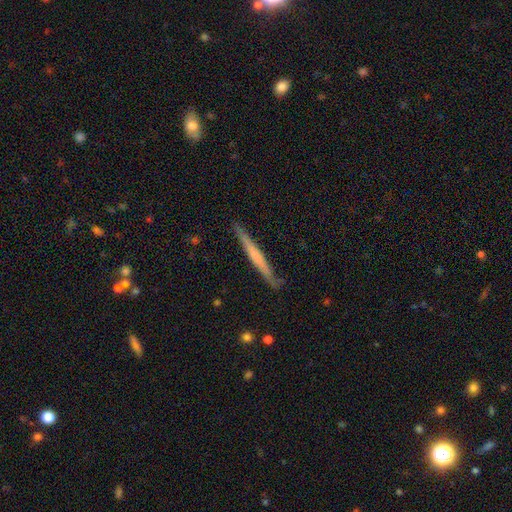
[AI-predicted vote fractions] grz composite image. It shows a featured or disk galaxy (49%). Merging: none (84%).